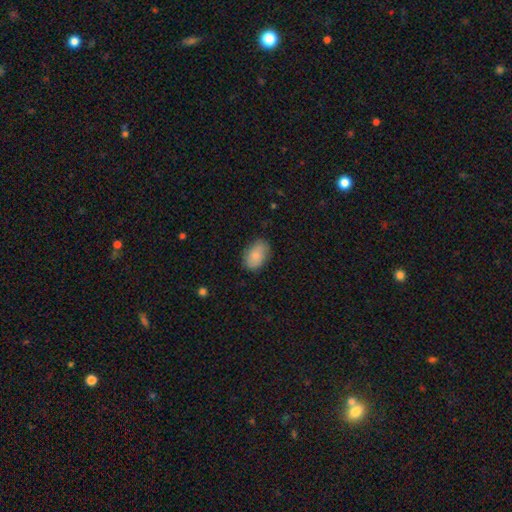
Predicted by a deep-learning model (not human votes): Morphology: type=smooth (84%); roundness=in between (89%); merging=none (80%).